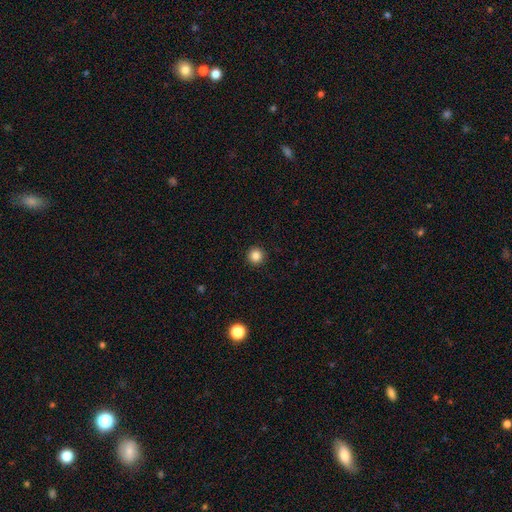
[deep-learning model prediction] Smooth or featured: smooth — 85% (star or artifact — 11%)
How rounded: round — 96% (in between — 3%)
Merging: none — 93% (minor disturbance — 4%)